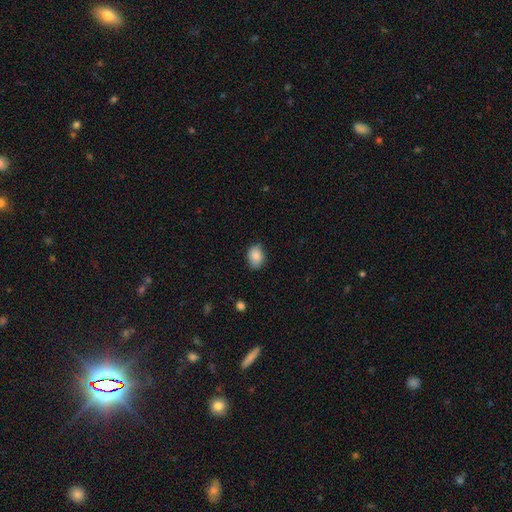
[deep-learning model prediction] smooth-or-featured: smooth: 87% | star or artifact: 8% | featured or disk: 5%
  how-rounded: in between: 73% | round: 26% | cigar-shaped: 1%
  merging: none: 76% | minor disturbance: 19% | major disturbance: 3% | merger: 1%